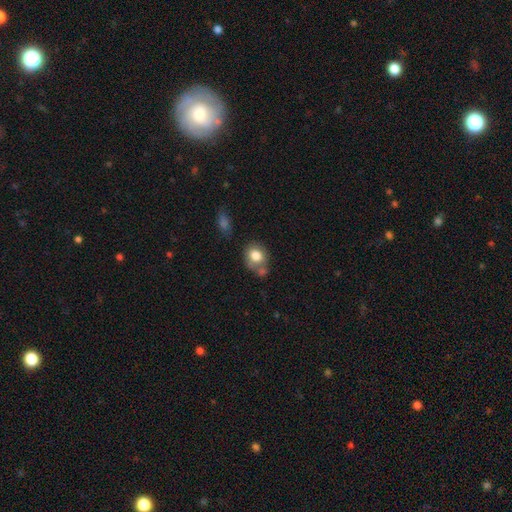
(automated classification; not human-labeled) Smooth or featured? Predicted: smooth (p=0.80). How rounded? Predicted: round (p=0.65). Merging? Predicted: none (p=0.54).